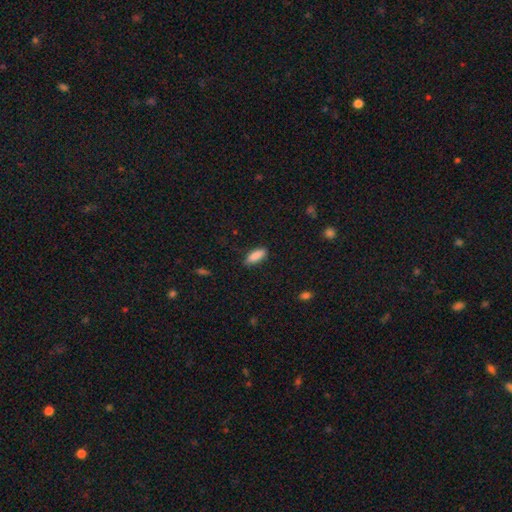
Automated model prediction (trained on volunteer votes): Q: Smooth or featured?
A: smooth (87%); runner-up: star or artifact (7%)
Q: How rounded?
A: in between (68%); runner-up: cigar-shaped (30%)
Q: Merging?
A: none (84%); runner-up: minor disturbance (12%)